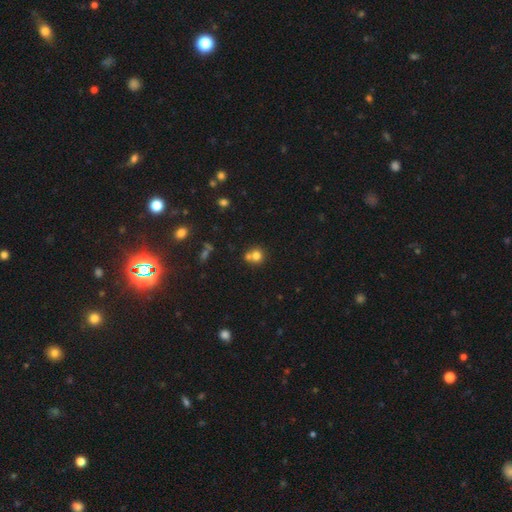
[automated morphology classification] smooth-or-featured: smooth: 75% | star or artifact: 13% | featured or disk: 12%
  how-rounded: round: 86% | in between: 13% | cigar-shaped: 1%
  merging: none: 48% | merger: 41% | minor disturbance: 8% | major disturbance: 3%